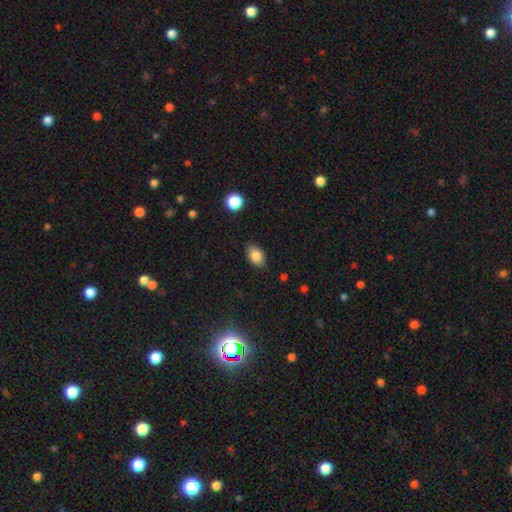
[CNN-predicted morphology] smooth_or_featured: smooth (p=0.83) [alt: star or artifact p=0.09]
how_rounded: in between (p=0.88) [alt: round p=0.11]
merging: none (p=0.85) [alt: minor disturbance p=0.11]